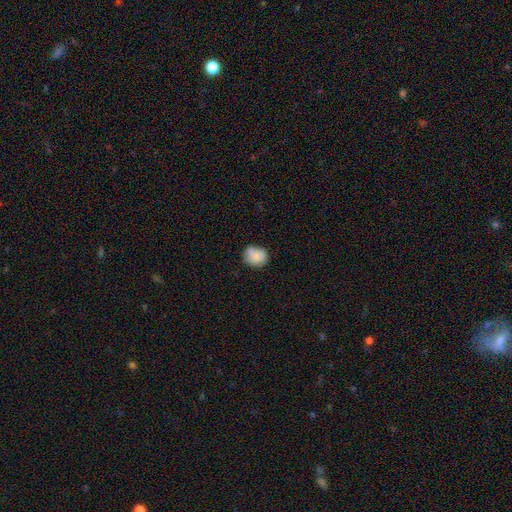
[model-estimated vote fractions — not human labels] Overall: smooth (80%). How rounded: round (65%; in between 34%). Merging: none (64%; minor disturbance 25%).